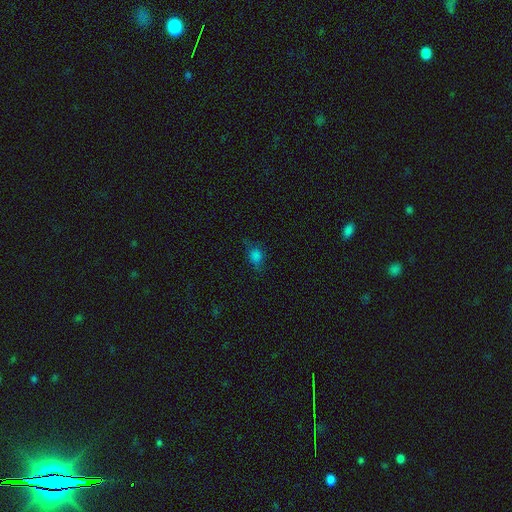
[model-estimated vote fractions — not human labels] This is likely a smooth galaxy (73%). How rounded: possibly round (51%). Merging: likely none (61%).